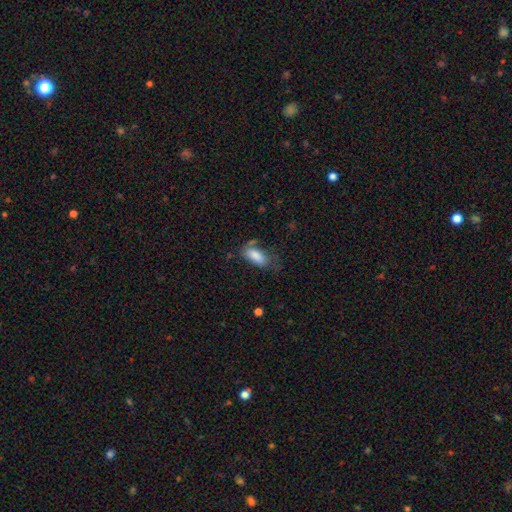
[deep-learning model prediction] Smooth or featured? Predicted: smooth (p=0.82). How rounded? Predicted: in between (p=0.86). Merging? Predicted: none (p=0.44).